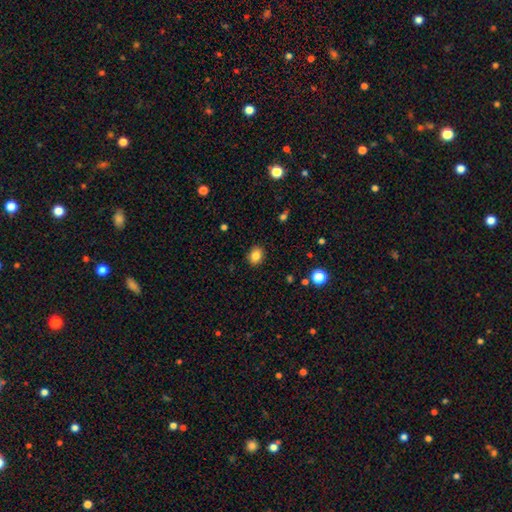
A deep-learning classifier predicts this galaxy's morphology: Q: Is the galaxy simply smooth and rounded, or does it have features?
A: smooth — 83%.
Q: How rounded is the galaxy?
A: in between — 52%.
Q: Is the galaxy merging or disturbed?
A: none — 89%.